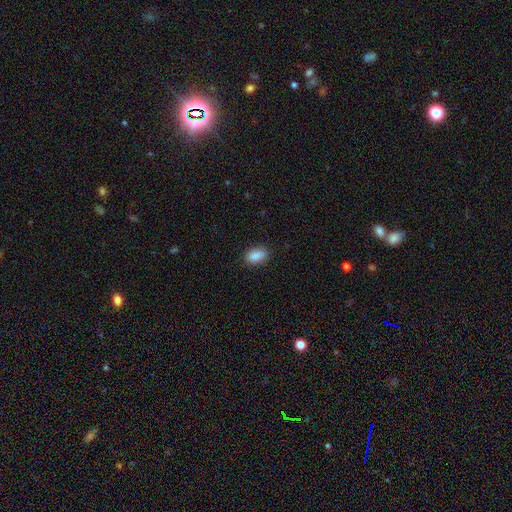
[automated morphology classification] type=smooth (88%); roundness=in between (89%); merging=none (84%).